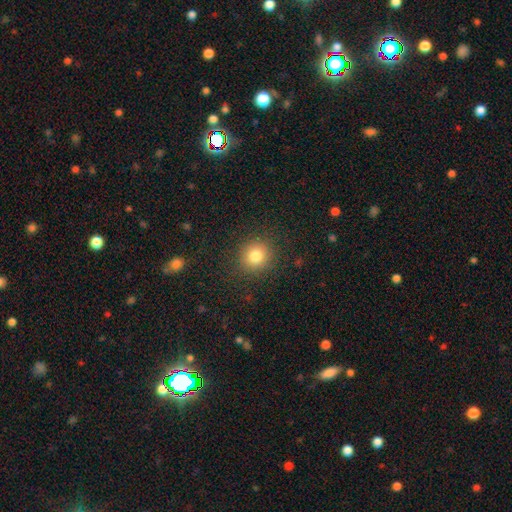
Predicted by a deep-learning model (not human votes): The model was most divided on "smooth or featured": smooth: 81%, star or artifact: 12%, featured or disk: 7%. More confident: merging — none (89%); how rounded — round (88%).